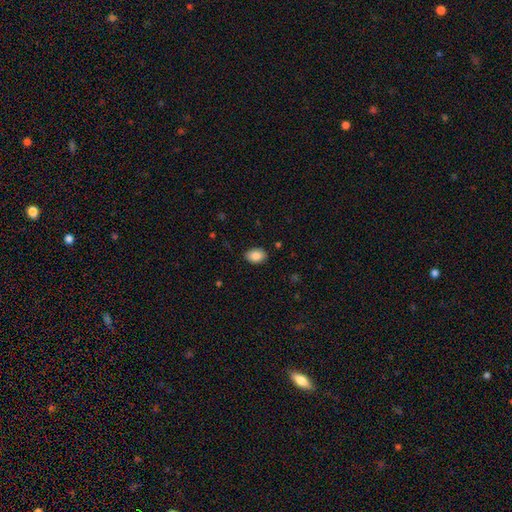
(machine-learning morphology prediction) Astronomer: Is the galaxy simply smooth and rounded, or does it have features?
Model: smooth — 87%.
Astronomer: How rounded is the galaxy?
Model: in between — 77%.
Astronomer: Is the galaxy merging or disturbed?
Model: none — 88%.